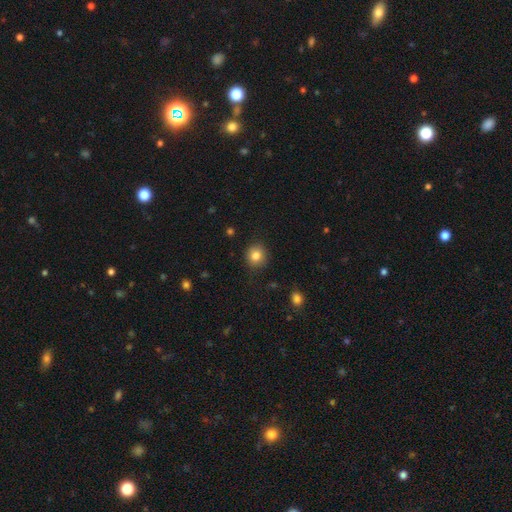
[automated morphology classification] Smooth or featured? smooth (82%)
How rounded? round (87%)
Merging? none (88%)